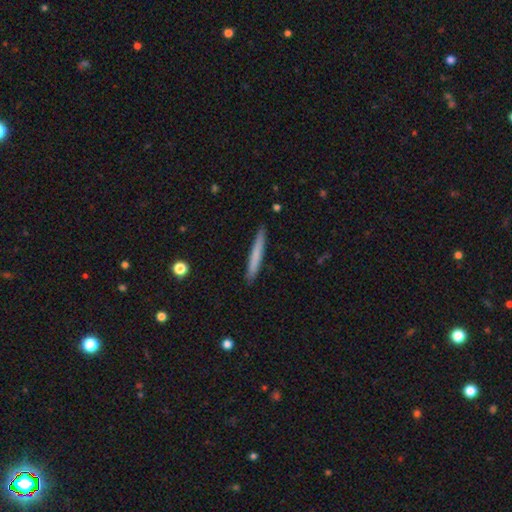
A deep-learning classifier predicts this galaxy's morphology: Q: Smooth or featured?
A: smooth (70%); runner-up: featured or disk (24%)
Q: How rounded?
A: cigar-shaped (96%); runner-up: in between (2%)
Q: Merging?
A: none (90%); runner-up: minor disturbance (7%)